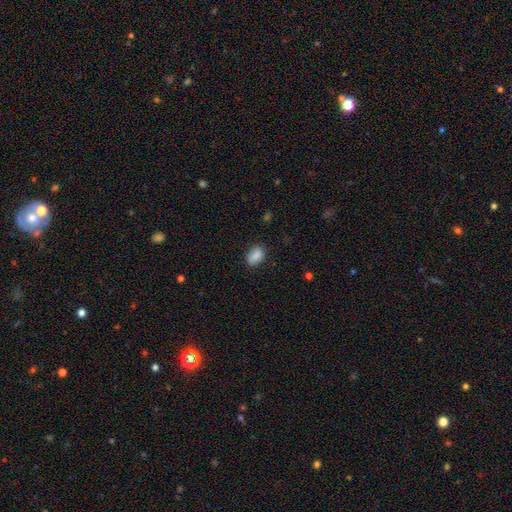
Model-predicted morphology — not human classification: A smooth galaxy with no disk features (82%) that is in between round and cigar-shaped (82%).

Vote fractions:
- Smooth or featured? smooth: 82% / featured or disk: 10% / star or artifact: 8%
- How rounded? in between: 82% / round: 16% / cigar-shaped: 2%
- Merging? none: 80% / minor disturbance: 15% / major disturbance: 3% / merger: 1%